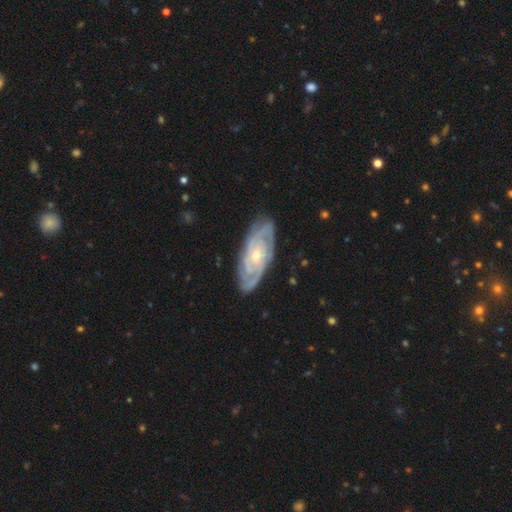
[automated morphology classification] This is clearly a featured or disk galaxy (85%). It is clearly not viewed edge-on (92%). Bar: likely no (70%). Spiral arm pattern: clearly yes (96%). Spiral arm count: marginally 2 (29%). Spiral winding: likely tight (70%). Central bulge: likely small (64%). Merging: clearly none (82%).